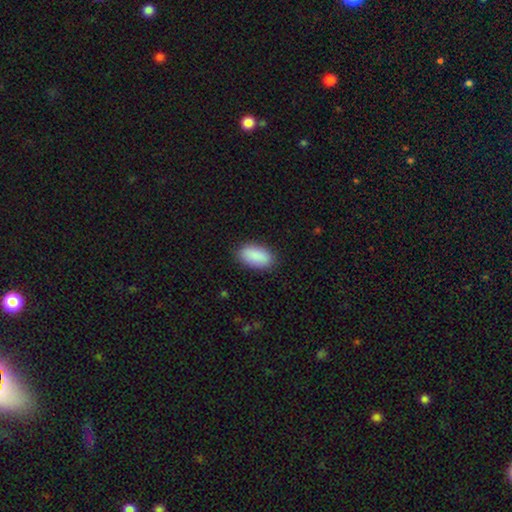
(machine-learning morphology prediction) smooth-or-featured: smooth: 90% | star or artifact: 6% | featured or disk: 4%
  how-rounded: in between: 93% | cigar-shaped: 3% | round: 3%
  merging: none: 86% | minor disturbance: 11% | major disturbance: 3% | merger: 1%